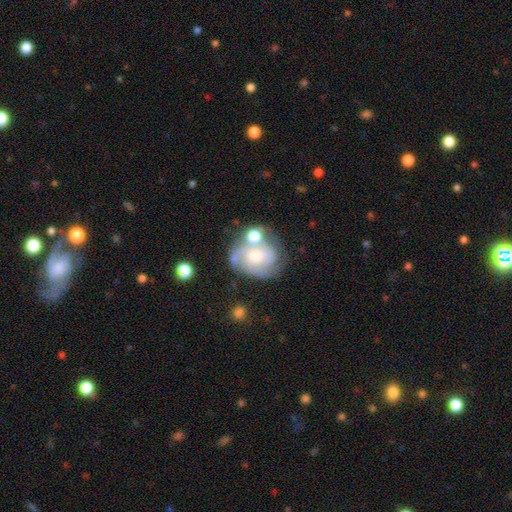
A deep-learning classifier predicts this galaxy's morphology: type=featured or disk (68%); edge-on=no (97%); bar=no (66%); spiral arms=yes (86%); winding=tight (45%); arm count=3 (30%); bulge=moderate (49%); merging=none (49%).